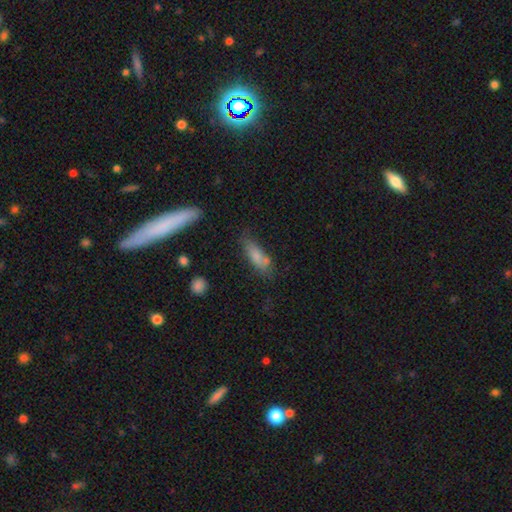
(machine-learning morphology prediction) type=smooth (72%); roundness=cigar-shaped (53%); merging=none (57%).